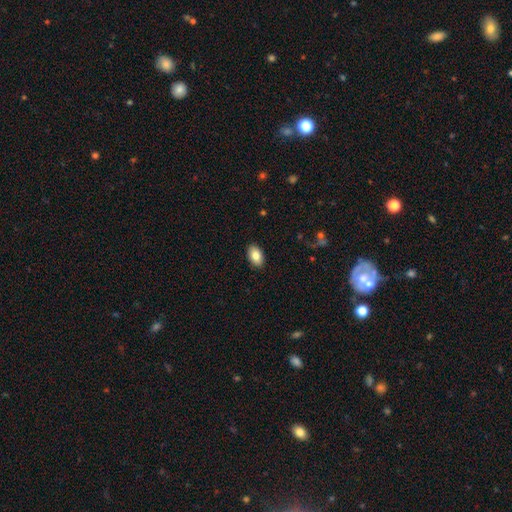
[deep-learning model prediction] smooth 83%, featured or disk 10%, star or artifact 7%. Down the decision tree: how rounded — in between (92%); merging — none (89%).